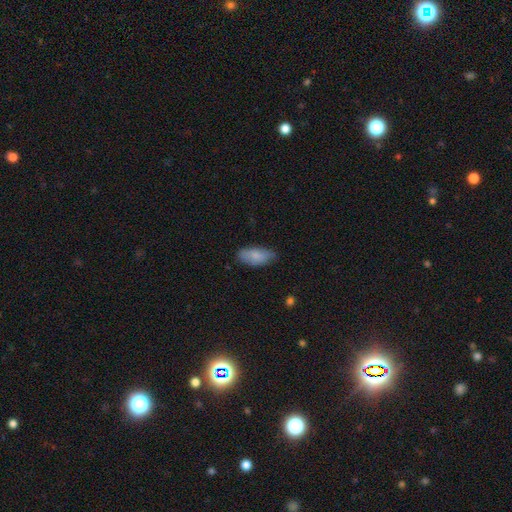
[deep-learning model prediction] A smooth galaxy with no disk features (82%) that is in between round and cigar-shaped (87%).

Vote fractions:
- Smooth or featured? smooth: 82% / featured or disk: 12% / star or artifact: 6%
- How rounded? in between: 87% / cigar-shaped: 11% / round: 2%
- Merging? none: 71% / minor disturbance: 24% / major disturbance: 4% / merger: 1%